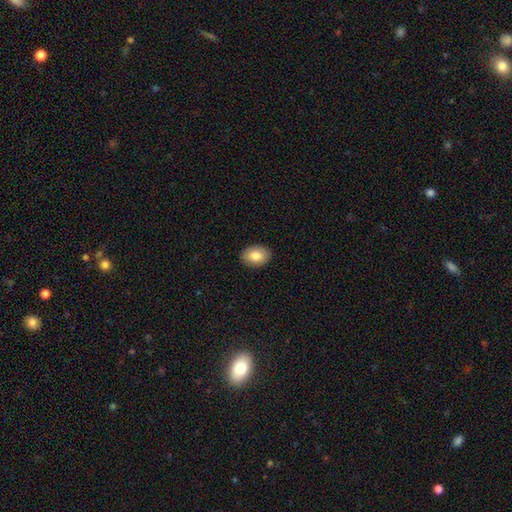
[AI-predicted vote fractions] Smooth or featured: smooth — 83% (featured or disk — 10%)
How rounded: in between — 83% (round — 16%)
Merging: none — 91% (minor disturbance — 7%)